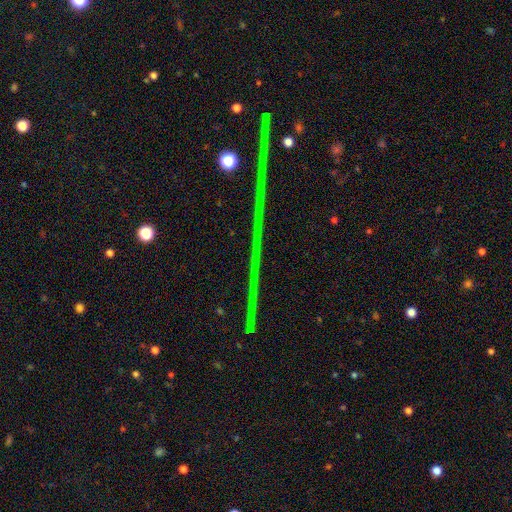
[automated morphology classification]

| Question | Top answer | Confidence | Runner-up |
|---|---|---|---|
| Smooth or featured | star or artifact | 81% | featured or disk (12%) |